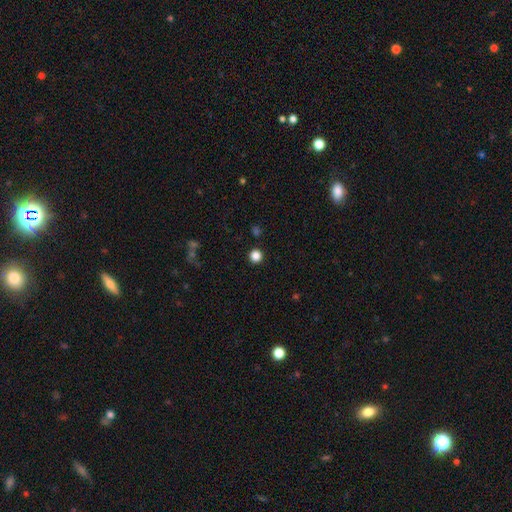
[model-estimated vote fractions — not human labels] This appears to be a smooth galaxy with no disk features (84%) that is round (95%). Merging: none (92%).